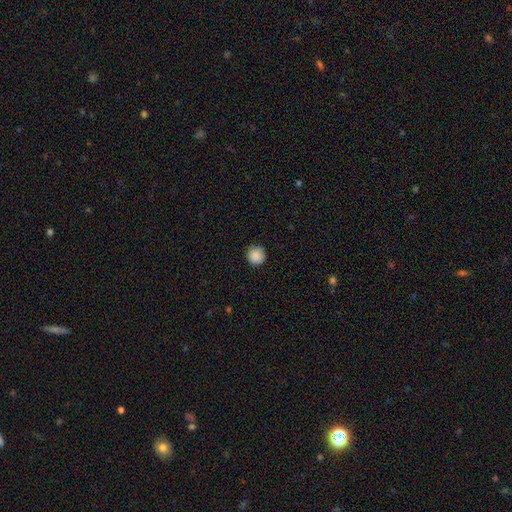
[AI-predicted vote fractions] A smooth galaxy with no disk features (88%) that is round (94%).

Vote fractions:
- Smooth or featured? smooth: 88% / star or artifact: 9% / featured or disk: 3%
- How rounded? round: 94% / in between: 5% / cigar-shaped: 1%
- Merging? none: 85% / minor disturbance: 12% / major disturbance: 2% / merger: 1%